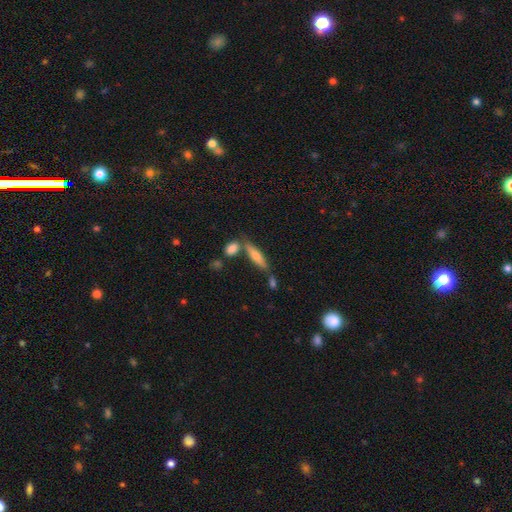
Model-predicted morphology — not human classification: Overall: smooth (58%; featured or disk 35%). How rounded: cigar-shaped (68%; in between 30%). Merging: none (66%).